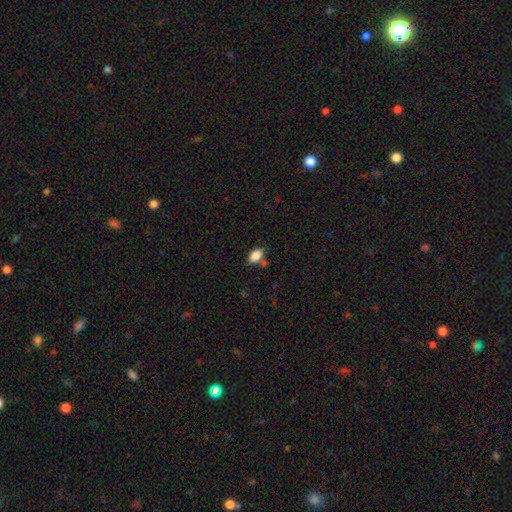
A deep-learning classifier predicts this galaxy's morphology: This is clearly a smooth galaxy (86%). How rounded: clearly in between (87%). Merging: likely none (63%).